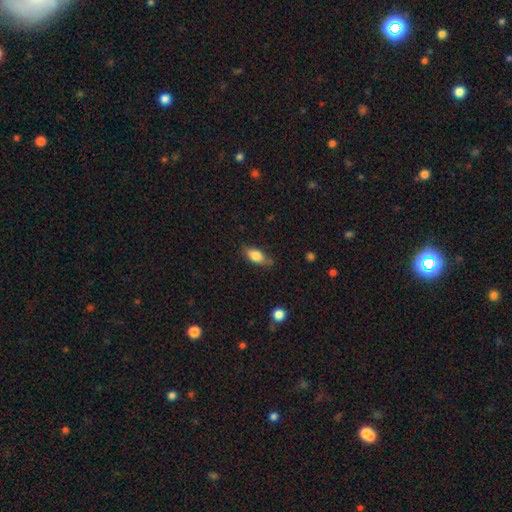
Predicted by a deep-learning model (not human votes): A smooth galaxy with no disk features (79%) that is in between round and cigar-shaped (85%). Merging: none (71%).